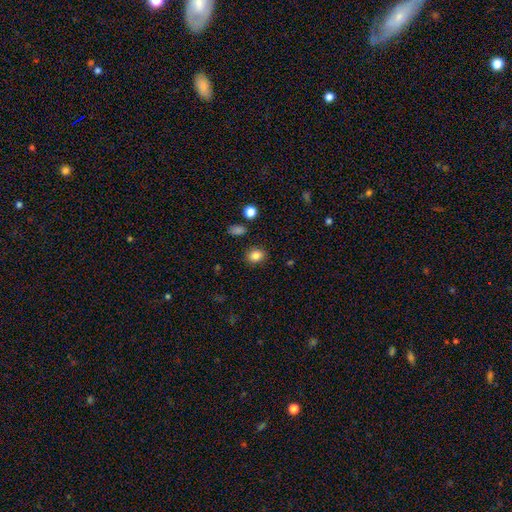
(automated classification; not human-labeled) smooth 84%, star or artifact 11%, featured or disk 5%. Down the decision tree: how rounded — round (59%); merging — none (87%).